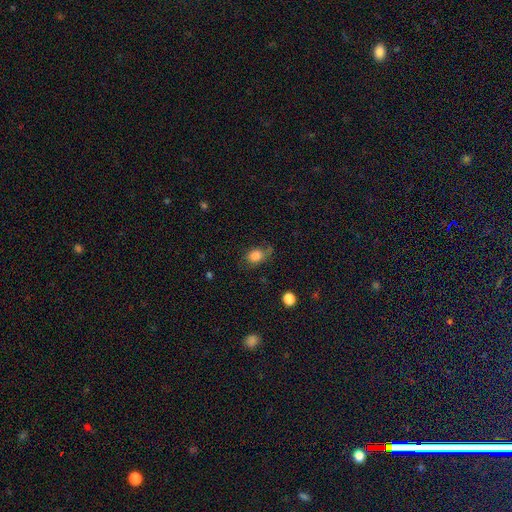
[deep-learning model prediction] Smooth or featured? Predicted: smooth (p=0.81). How rounded? Predicted: in between (p=0.62). Merging? Predicted: none (p=0.60).